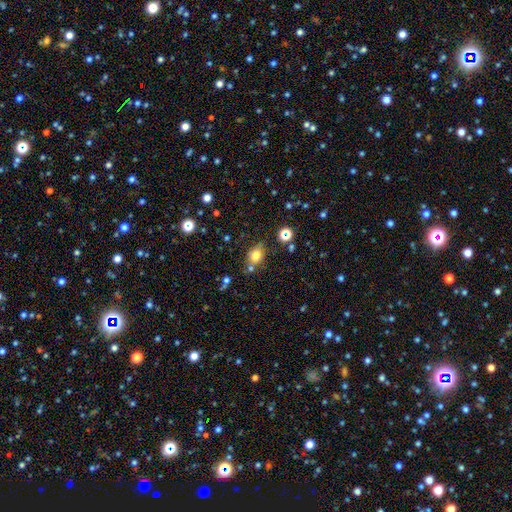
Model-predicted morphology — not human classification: Smooth or featured?
  - smooth: 74% *
  - star or artifact: 15%
  - featured or disk: 11%
How rounded?
  - in between: 53% *
  - round: 45%
  - cigar-shaped: 2%
Merging?
  - none: 65% *
  - minor disturbance: 17%
  - merger: 13%
  - major disturbance: 5%